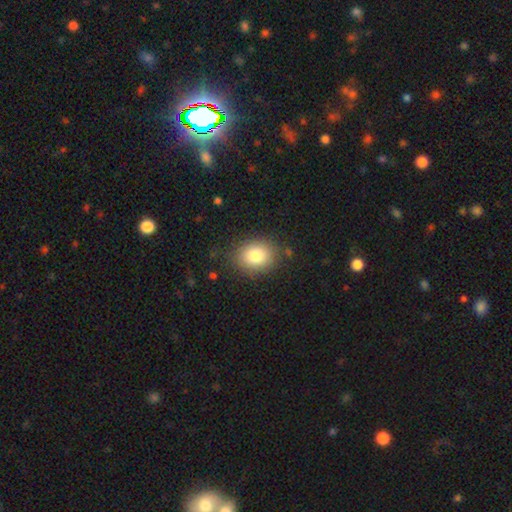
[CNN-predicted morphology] Smooth or featured? smooth (81%)
How rounded? round (51%)
Merging? none (84%)